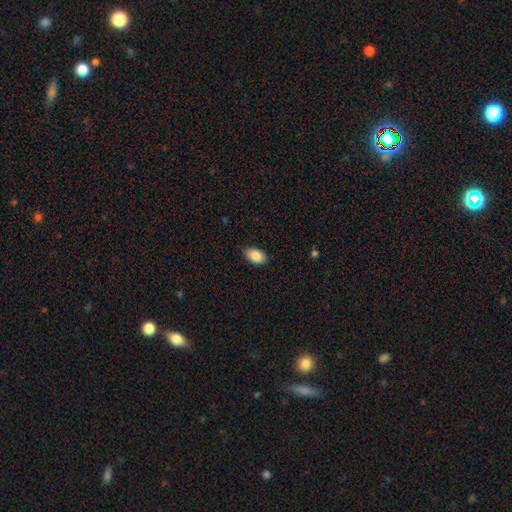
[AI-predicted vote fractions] A smooth galaxy with no disk features (86%) that is in between round and cigar-shaped (91%).

Vote fractions:
- Smooth or featured? smooth: 86% / featured or disk: 7% / star or artifact: 7%
- How rounded? in between: 91% / round: 7% / cigar-shaped: 2%
- Merging? none: 77% / minor disturbance: 19% / major disturbance: 3% / merger: 1%